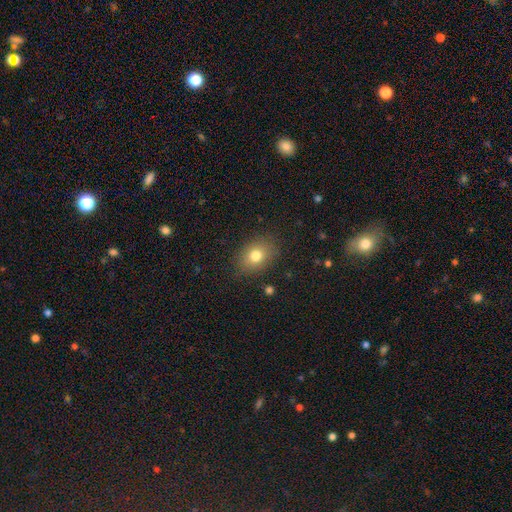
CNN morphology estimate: smooth-or-featured: smooth: 77% | featured or disk: 12% | star or artifact: 11%
  how-rounded: in between: 67% | round: 32% | cigar-shaped: 1%
  merging: none: 84% | minor disturbance: 11% | major disturbance: 3% | merger: 1%